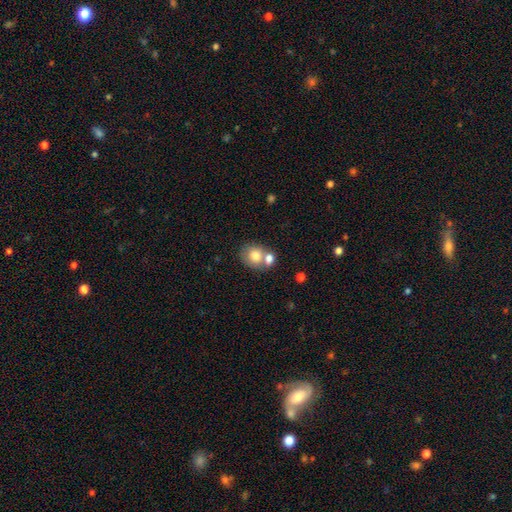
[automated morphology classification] smooth_or_featured: smooth (p=0.76) [alt: featured or disk p=0.15]
how_rounded: round (p=0.67) [alt: in between p=0.32]
merging: none (p=0.45) [alt: merger p=0.42]